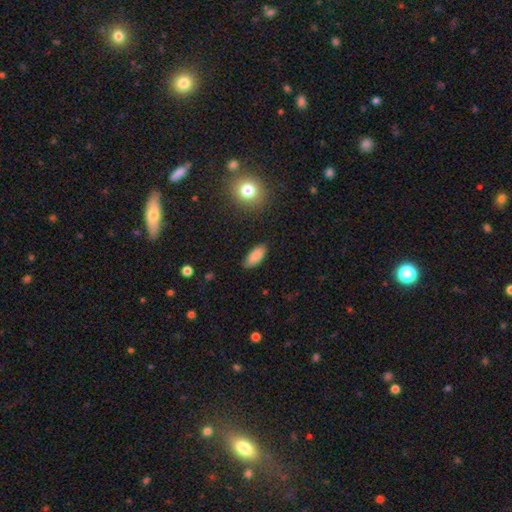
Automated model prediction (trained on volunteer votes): The model was most divided on "merging": none: 83%, minor disturbance: 13%, major disturbance: 3%, merger: 1%. More confident: how rounded — in between (88%); smooth or featured — smooth (84%).